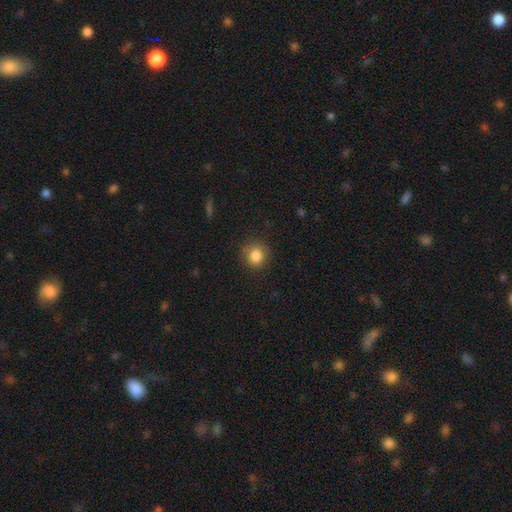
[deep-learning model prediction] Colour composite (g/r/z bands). It shows a smooth galaxy with no disk features (84%) that is round (88%). Merging: none (82%).